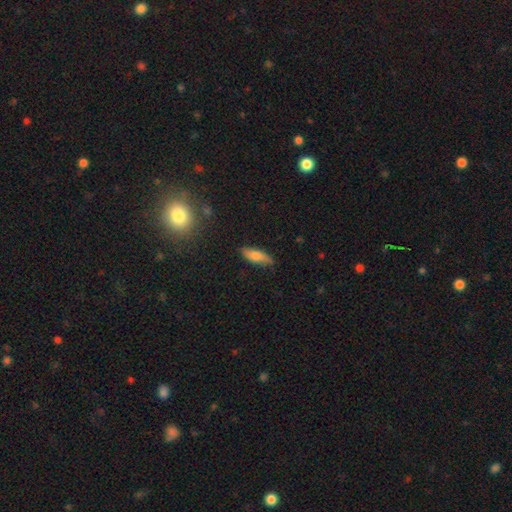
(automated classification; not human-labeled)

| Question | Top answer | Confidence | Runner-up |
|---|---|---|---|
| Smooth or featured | smooth | 72% | featured or disk (21%) |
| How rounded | in between | 54% | cigar-shaped (43%) |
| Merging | none | 79% | minor disturbance (16%) |